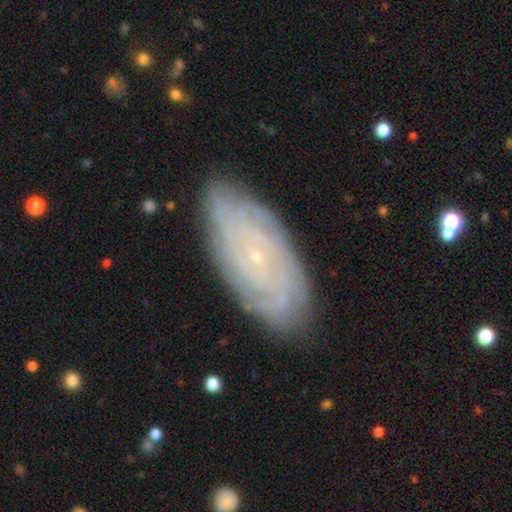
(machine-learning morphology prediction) smooth-or-featured: featured or disk: 79% | smooth: 14% | star or artifact: 7%
  disk-edge-on: no: 93% | yes: 7%
    bar: no: 77% | weak: 18% | strong: 5%
    has-spiral-arms: yes: 93% | no: 7%
      spiral-winding: tight: 83% | medium: 14% | loose: 4%
      spiral-arm-count: can't tell: 45% | 4: 15% | 2: 12% | more than 4: 12% | 3: 11% | 1: 7%
    bulge-size: small: 89% | moderate: 8% | none: 2% | large: 1% | dominant: 1%
  merging: none: 84% | minor disturbance: 13% | major disturbance: 2% | merger: 1%